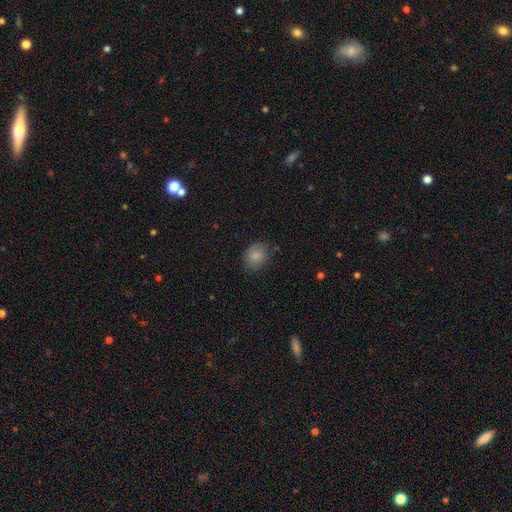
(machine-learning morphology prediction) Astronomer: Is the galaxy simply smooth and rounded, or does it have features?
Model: smooth — 85%.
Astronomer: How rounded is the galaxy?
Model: round — 55% (runner-up: in between, 44%).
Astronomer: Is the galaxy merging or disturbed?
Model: none — 76%.